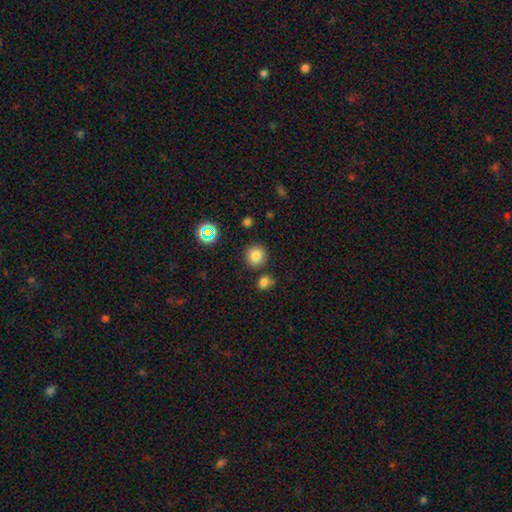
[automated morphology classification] smooth_or_featured: smooth (p=0.79) [alt: star or artifact p=0.14]
how_rounded: round (p=0.92) [alt: in between p=0.07]
merging: none (p=0.82) [alt: minor disturbance p=0.08]